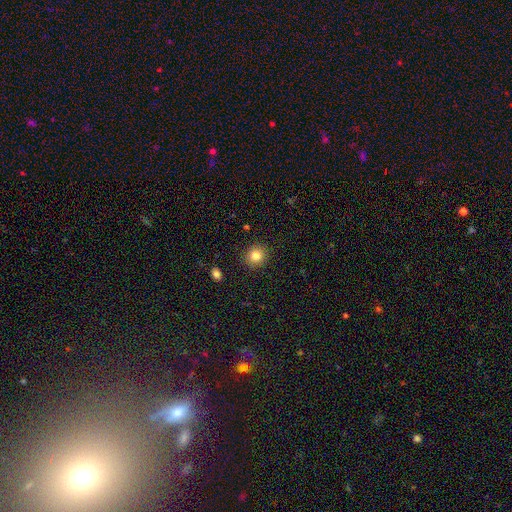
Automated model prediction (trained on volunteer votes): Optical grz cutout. It shows a smooth galaxy with no disk features (83%) that is round (88%). Merging: none (91%).